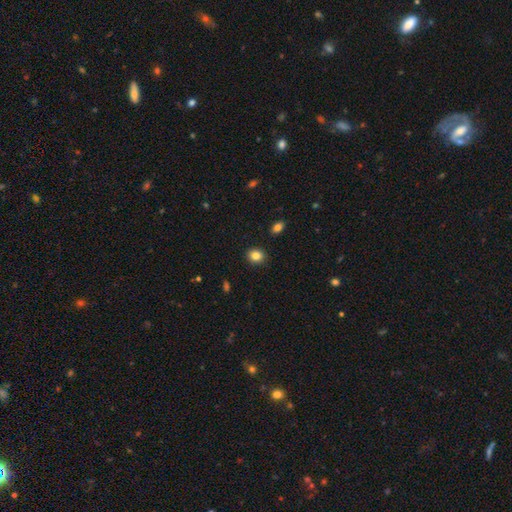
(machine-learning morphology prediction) smooth-or-featured: smooth: 84% | star or artifact: 10% | featured or disk: 6%
  how-rounded: round: 69% | in between: 31% | cigar-shaped: 1%
  merging: none: 91% | minor disturbance: 6% | major disturbance: 2% | merger: 1%